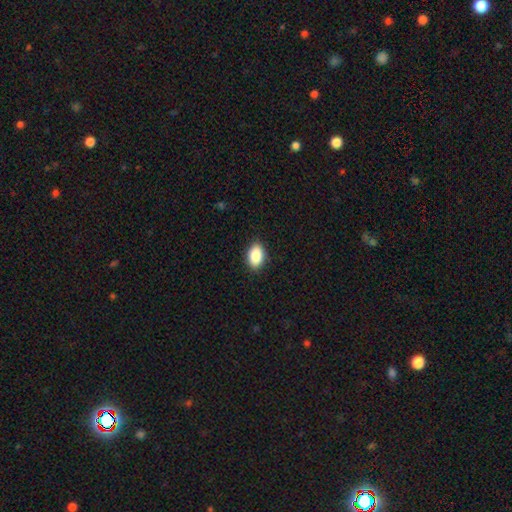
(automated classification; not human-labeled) Smooth or featured? smooth (87%)
How rounded? in between (88%)
Merging? none (89%)